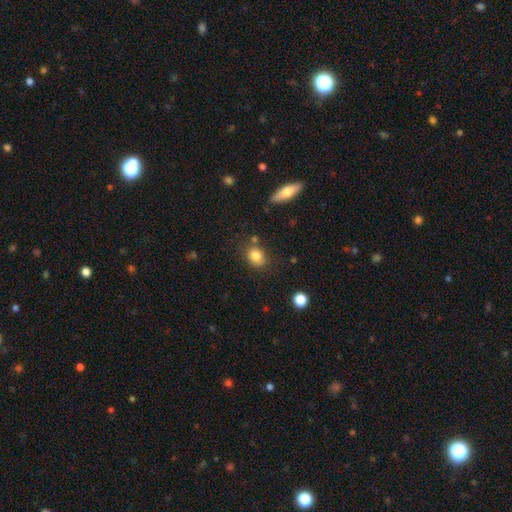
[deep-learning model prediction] smooth_or_featured: smooth (p=0.82) [alt: star or artifact p=0.10]
how_rounded: in between (p=0.57) [alt: round p=0.42]
merging: none (p=0.74) [alt: minor disturbance p=0.14]